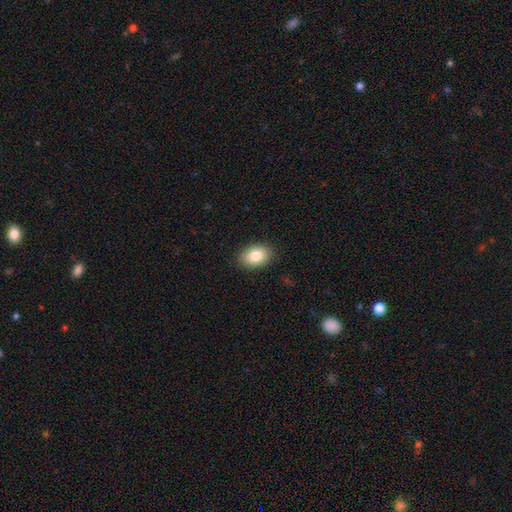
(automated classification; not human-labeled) Smooth or featured? smooth (85%)
How rounded? in between (85%)
Merging? none (88%)